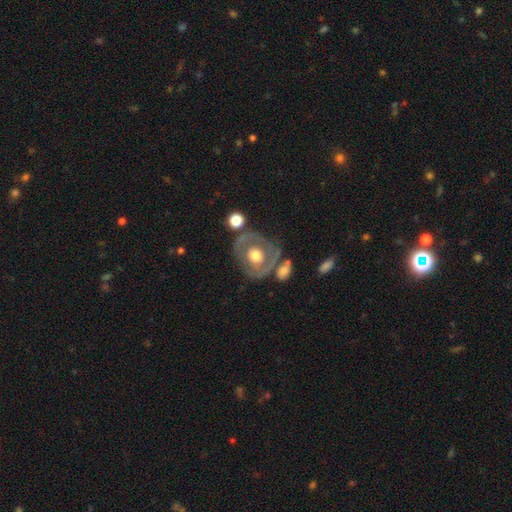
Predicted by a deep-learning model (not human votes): A featured or disk galaxy (59%) with no bar (86%), no spiral arms (71%) and a moderate central bulge (63%).

Vote fractions:
- Smooth or featured? featured or disk: 59% / smooth: 35% / star or artifact: 6%
- Edge-on disk? no: 95% / yes: 5%
- Bar? no: 86% / weak: 11% / strong: 4%
- Spiral arms? no: 71% / yes: 29%
- Bulge size? moderate: 63% / large: 26% / small: 7% / dominant: 2% / none: 1%
- Merging? none: 64% / minor disturbance: 17% / major disturbance: 9% / merger: 9%